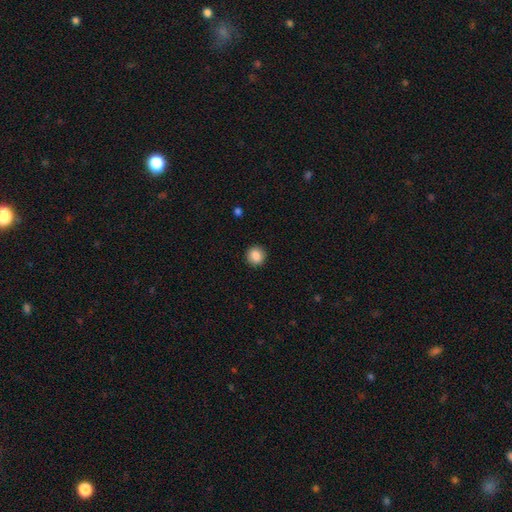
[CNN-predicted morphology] Smooth or featured?
  - smooth: 87% *
  - star or artifact: 9%
  - featured or disk: 4%
How rounded?
  - round: 91% *
  - in between: 8%
  - cigar-shaped: 1%
Merging?
  - none: 92% *
  - minor disturbance: 5%
  - major disturbance: 2%
  - merger: 1%